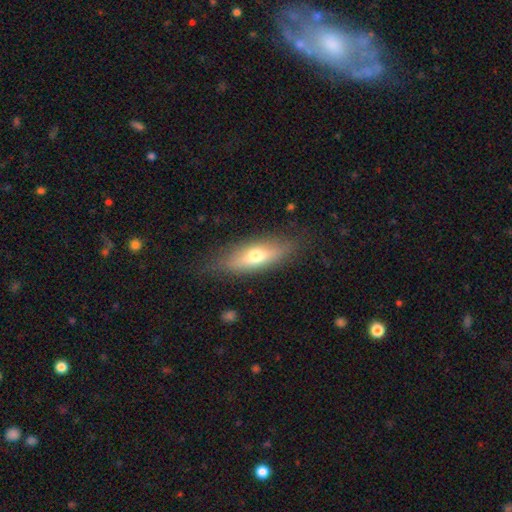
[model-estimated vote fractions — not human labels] Smooth or featured?
  - smooth: 60% *
  - featured or disk: 33%
  - star or artifact: 7%
How rounded?
  - in between: 58% *
  - cigar-shaped: 38%
  - round: 3%
Merging?
  - none: 79% *
  - minor disturbance: 15%
  - major disturbance: 5%
  - merger: 1%